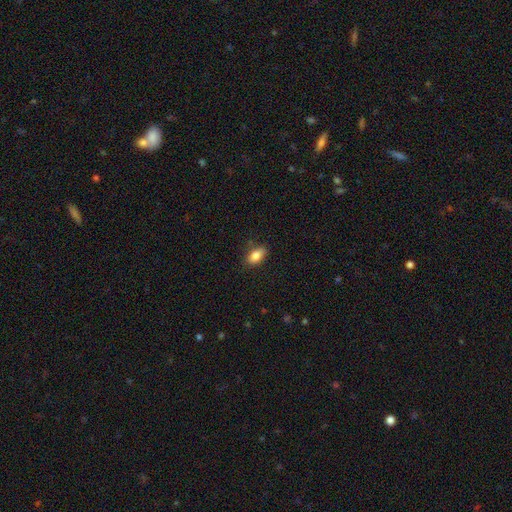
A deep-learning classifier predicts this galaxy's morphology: smooth 84%, star or artifact 8%, featured or disk 7%. Down the decision tree: how rounded — in between (89%); merging — none (84%).